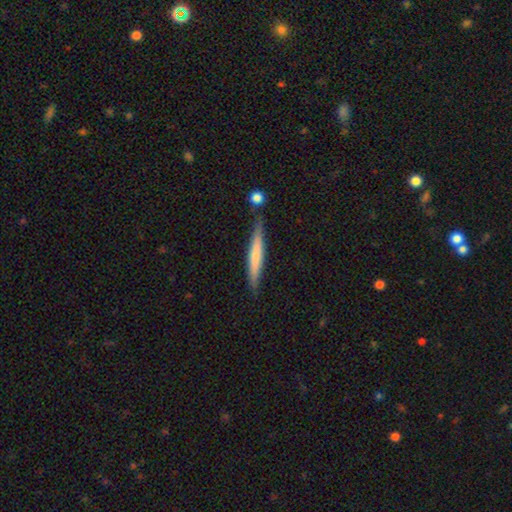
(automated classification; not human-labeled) A smooth galaxy with no disk features (61%) that is cigar-shaped (94%). Merging: none (78%).